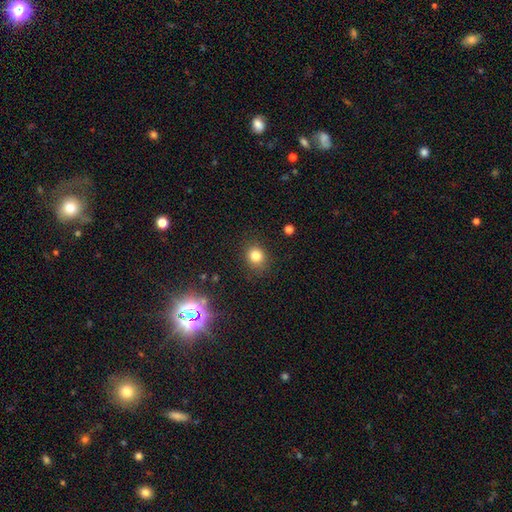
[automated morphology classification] The model was most divided on "how rounded": round: 79%, in between: 20%, cigar-shaped: 1%. More confident: merging — none (85%); smooth or featured — smooth (80%).